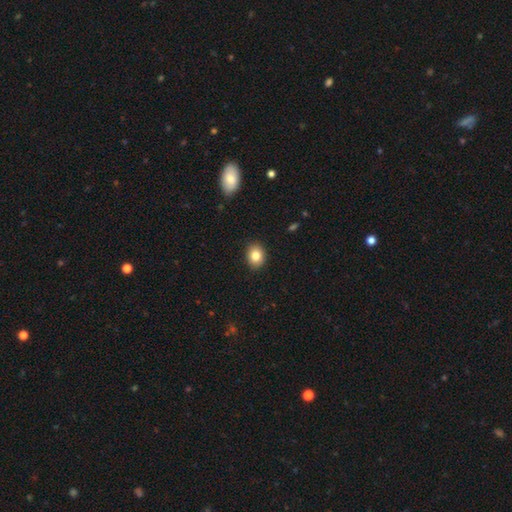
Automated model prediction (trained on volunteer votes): Smooth or featured? smooth (82%)
How rounded? round (54%)
Merging? none (90%)